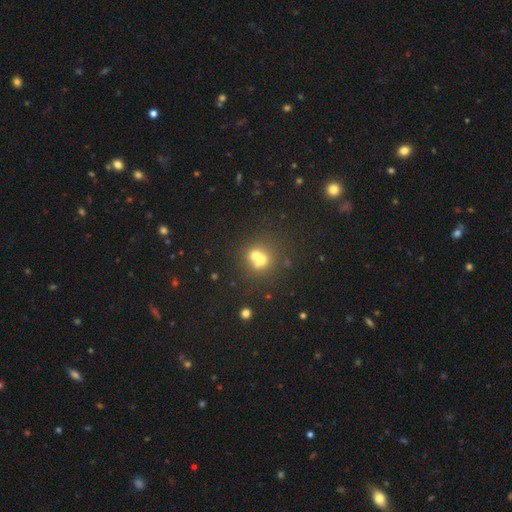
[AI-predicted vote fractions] This appears to be a smooth galaxy with no disk features (60%) that is round (81%). Merging: merger (56%).